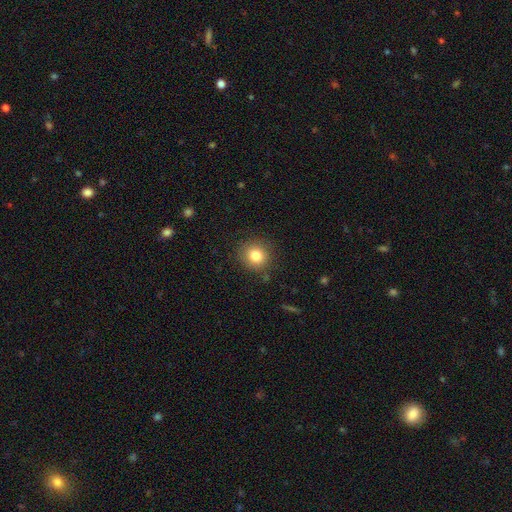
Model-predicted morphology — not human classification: Smooth or featured? Predicted: smooth (p=0.81). How rounded? Predicted: round (p=0.89). Merging? Predicted: none (p=0.87).